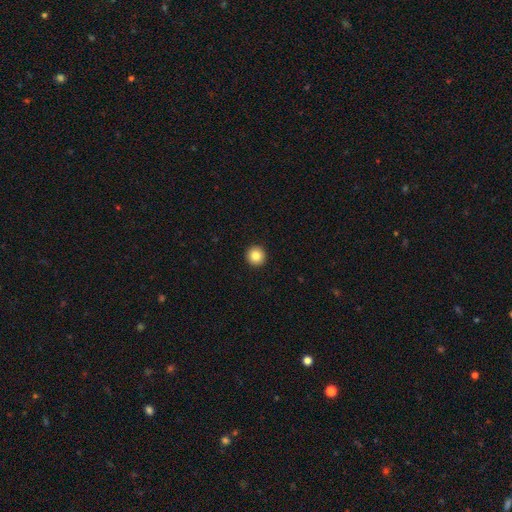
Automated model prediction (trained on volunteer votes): The model was most divided on "smooth or featured": smooth: 84%, star or artifact: 9%, featured or disk: 6%. More confident: how rounded — round (96%); merging — none (94%).